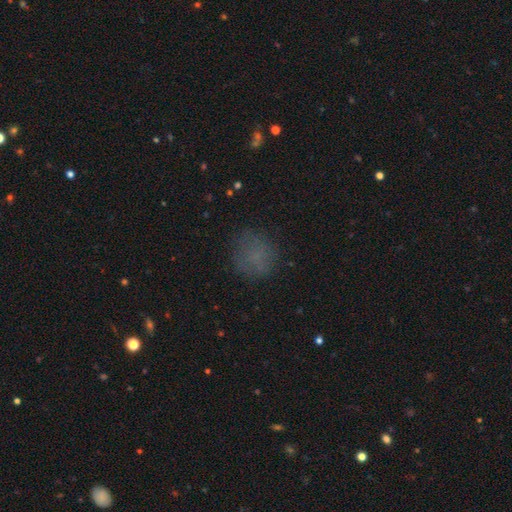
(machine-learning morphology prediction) The model was most divided on "smooth or featured": smooth: 66%, star or artifact: 21%, featured or disk: 13%. More confident: how rounded — round (80%); merging — none (75%).